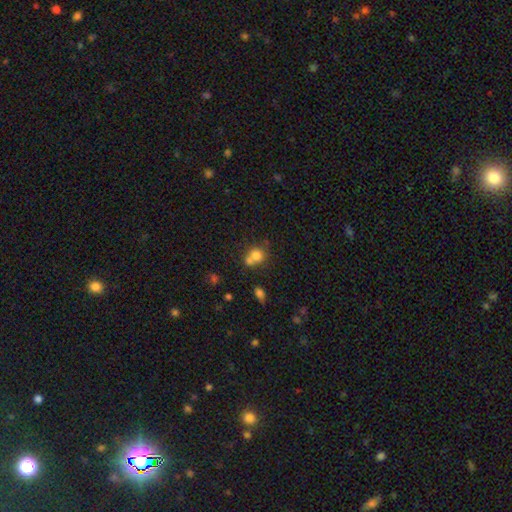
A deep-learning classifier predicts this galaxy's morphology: Q: Smooth or featured?
A: smooth (76%); runner-up: featured or disk (12%)
Q: How rounded?
A: round (75%); runner-up: in between (24%)
Q: Merging?
A: merger (47%); runner-up: none (39%)